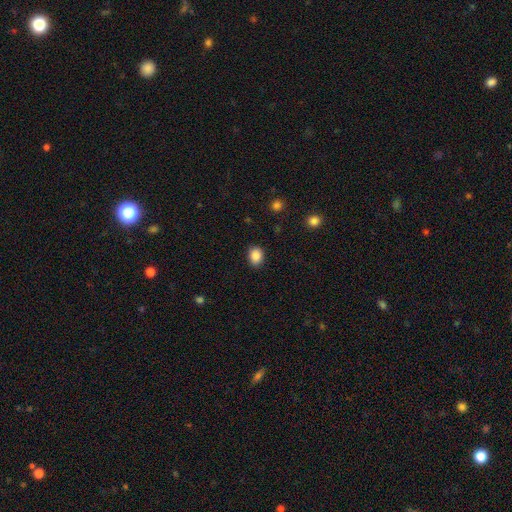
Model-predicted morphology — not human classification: This is clearly a smooth galaxy (87%). How rounded: possibly in between (52%). Merging: clearly none (88%).